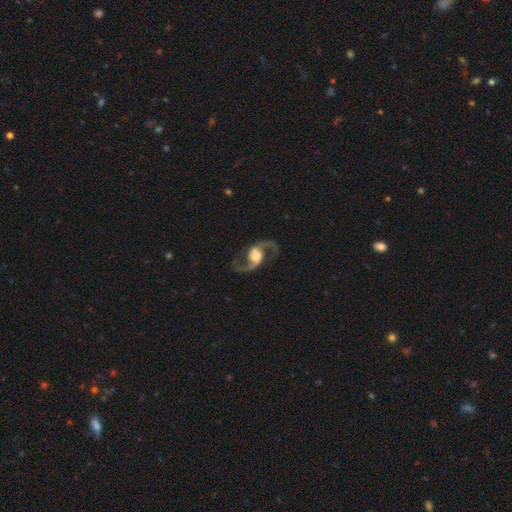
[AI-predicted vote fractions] Smooth or featured? Predicted: featured or disk (p=0.92). Edge-on disk? Predicted: no (p=0.98). Bar? Predicted: no (p=0.47). Spiral arms? Predicted: yes (p=0.98). Spiral winding? Predicted: loose (p=0.57). Spiral arm count? Predicted: 2 (p=0.95). Bulge size? Predicted: large (p=0.44). Merging? Predicted: none (p=0.83).